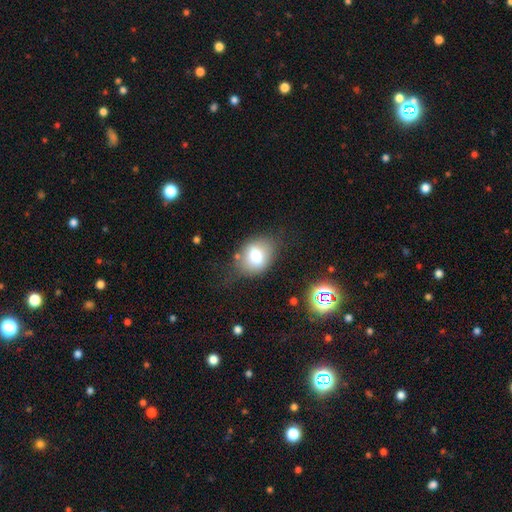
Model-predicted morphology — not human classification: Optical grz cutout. It shows a smooth galaxy with no disk features (72%) that is in between round and cigar-shaped (64%). Merging: none (64%).